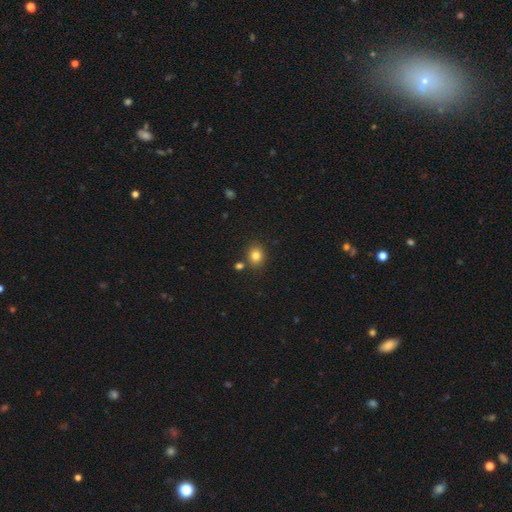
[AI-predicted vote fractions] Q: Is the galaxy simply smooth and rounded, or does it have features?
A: smooth — 81%.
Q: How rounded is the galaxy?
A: round — 70%.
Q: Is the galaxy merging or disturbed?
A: none — 81%.